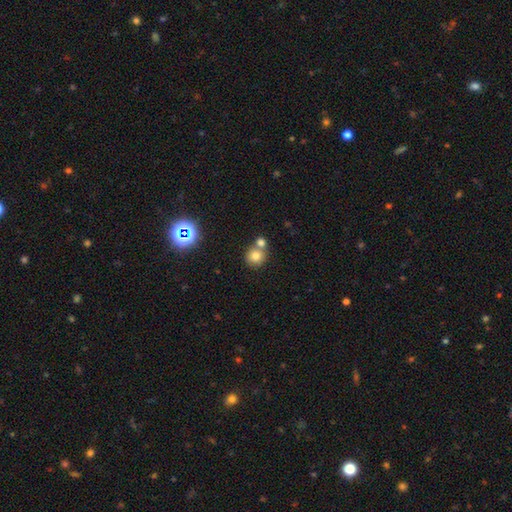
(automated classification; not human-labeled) Smooth or featured? smooth (77%)
How rounded? round (89%)
Merging? none (52%)